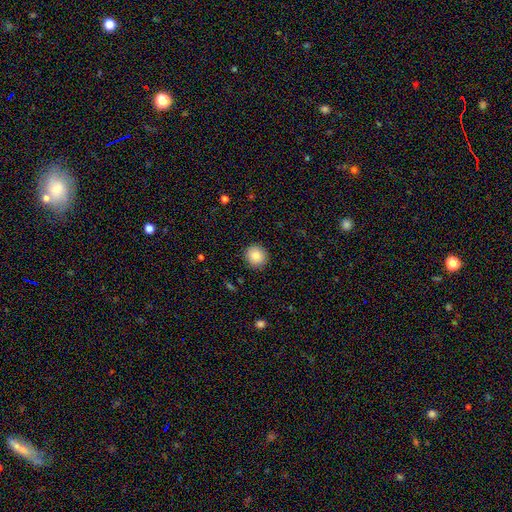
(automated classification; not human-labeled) smooth-or-featured: smooth: 84% | star or artifact: 9% | featured or disk: 7%
  how-rounded: round: 91% | in between: 8% | cigar-shaped: 1%
  merging: none: 91% | minor disturbance: 6% | major disturbance: 2% | merger: 1%